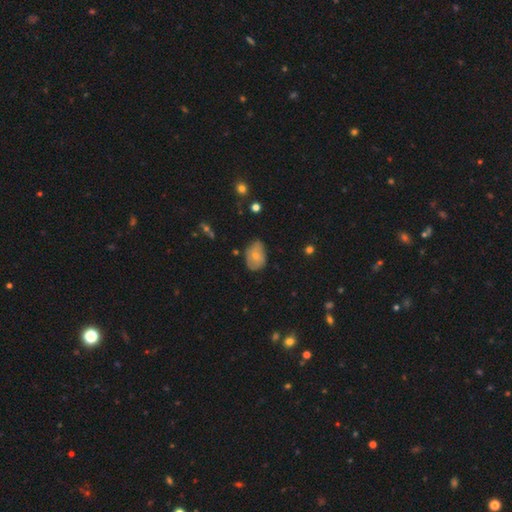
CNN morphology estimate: Overall: smooth (63%; featured or disk 29%). How rounded: in between (77%). Merging: none (58%; minor disturbance 33%).